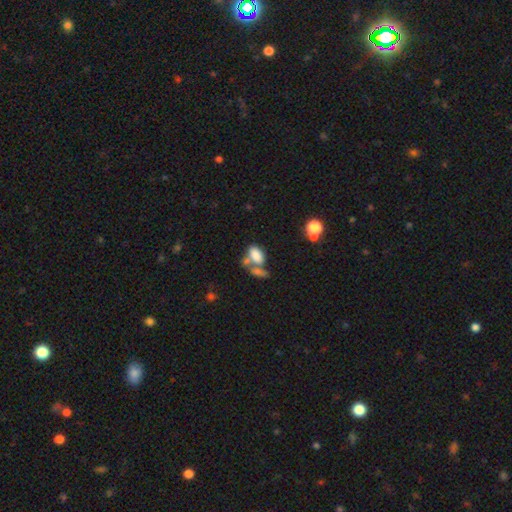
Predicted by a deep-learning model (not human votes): smooth-or-featured: smooth: 79% | featured or disk: 12% | star or artifact: 10%
  how-rounded: in between: 91% | round: 7% | cigar-shaped: 3%
  merging: merger: 49% | none: 31% | minor disturbance: 11% | major disturbance: 9%